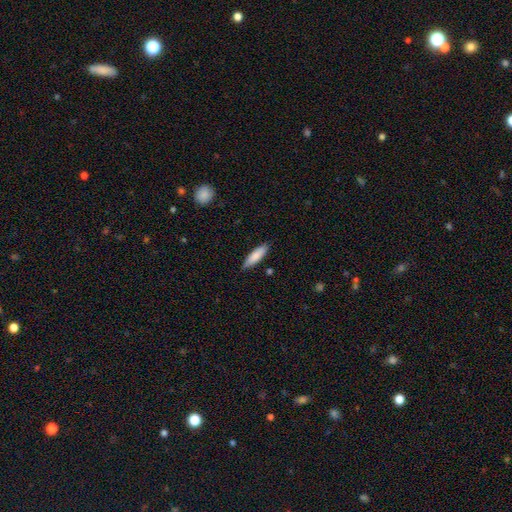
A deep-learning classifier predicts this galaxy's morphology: Smooth or featured?
  - smooth: 82% *
  - featured or disk: 12%
  - star or artifact: 6%
How rounded?
  - cigar-shaped: 63% *
  - in between: 36%
  - round: 1%
Merging?
  - none: 83% *
  - minor disturbance: 13%
  - major disturbance: 2%
  - merger: 2%